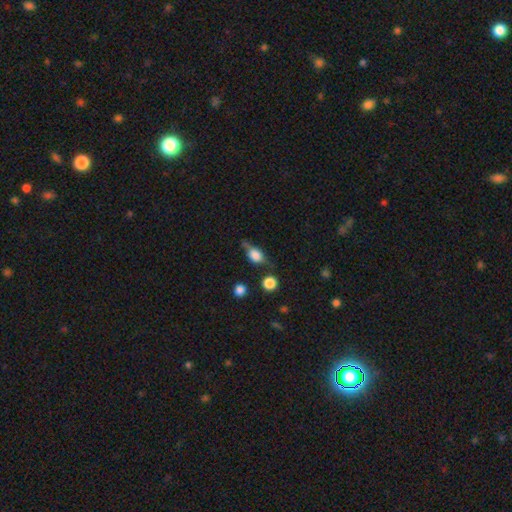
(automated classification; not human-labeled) Overall: smooth (61%; featured or disk 28%). How rounded: in between (62%; round 30%). Merging: none (51%; minor disturbance 28%).